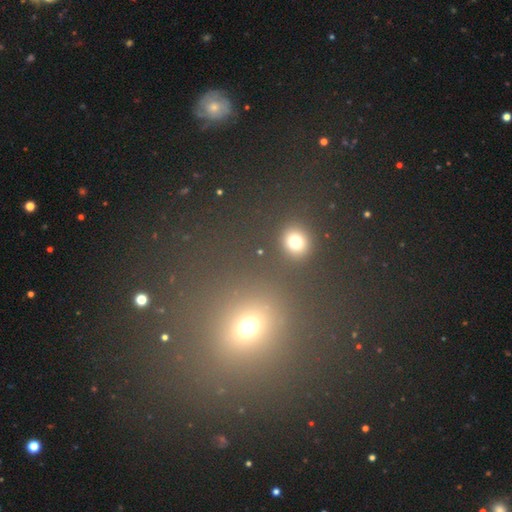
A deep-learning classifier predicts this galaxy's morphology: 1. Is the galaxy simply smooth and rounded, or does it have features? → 53% smooth, 38% star or artifact, 9% featured or disk.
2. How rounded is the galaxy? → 72% round, 26% in between, 2% cigar-shaped.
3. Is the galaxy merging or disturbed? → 78% none, 9% minor disturbance, 8% merger, 5% major disturbance.